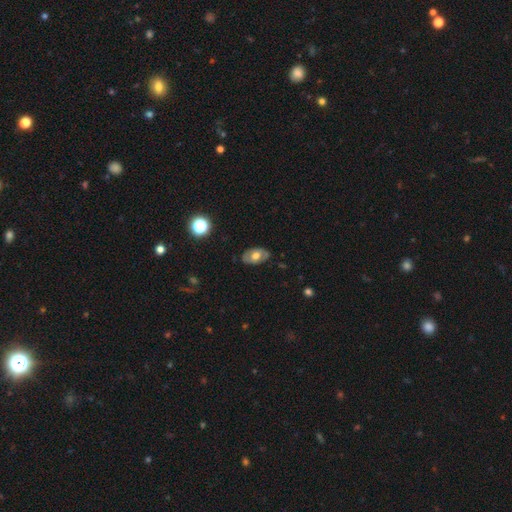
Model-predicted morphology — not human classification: This is possibly a smooth galaxy (50%). How rounded: clearly in between (86%). Merging: clearly none (80%).